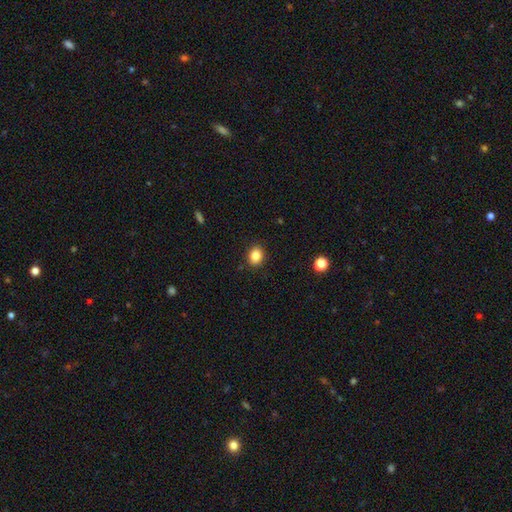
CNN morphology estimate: type=smooth (85%); roundness=round (52%); merging=none (89%).